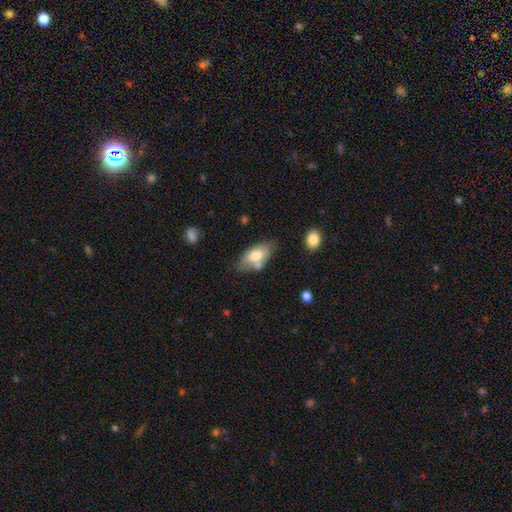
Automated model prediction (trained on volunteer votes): A smooth galaxy with no disk features (71%) that is in between round and cigar-shaped (91%). Merging: none (57%).